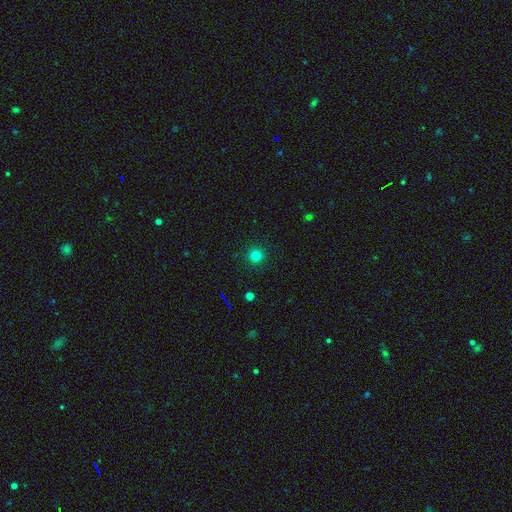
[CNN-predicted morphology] smooth_or_featured: smooth (p=0.79) [alt: star or artifact p=0.16]
how_rounded: round (p=0.95) [alt: in between p=0.04]
merging: none (p=0.92) [alt: minor disturbance p=0.05]